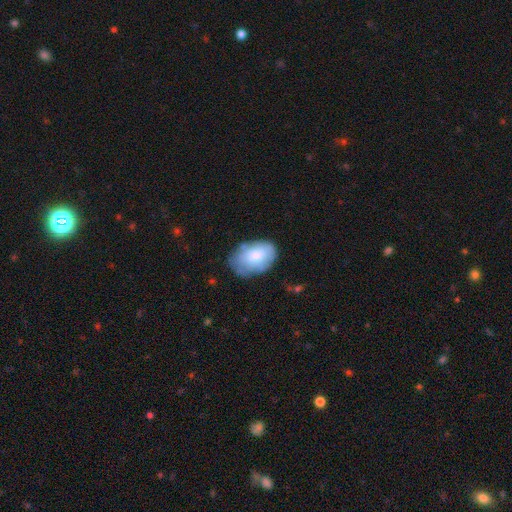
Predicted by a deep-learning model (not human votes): A smooth galaxy with no disk features (74%) that is in between round and cigar-shaped (87%).

Vote fractions:
- Smooth or featured? smooth: 74% / featured or disk: 20% / star or artifact: 6%
- How rounded? in between: 87% / round: 11% / cigar-shaped: 1%
- Merging? none: 61% / minor disturbance: 28% / major disturbance: 8% / merger: 3%